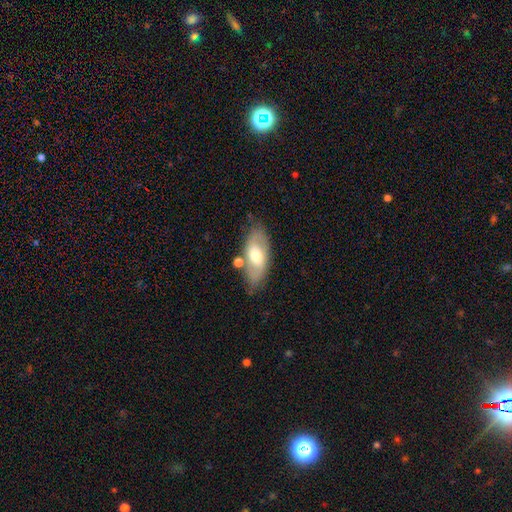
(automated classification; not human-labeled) Smooth or featured? Predicted: featured or disk (p=0.47, tied with smooth). Merging? Predicted: none (p=0.70).